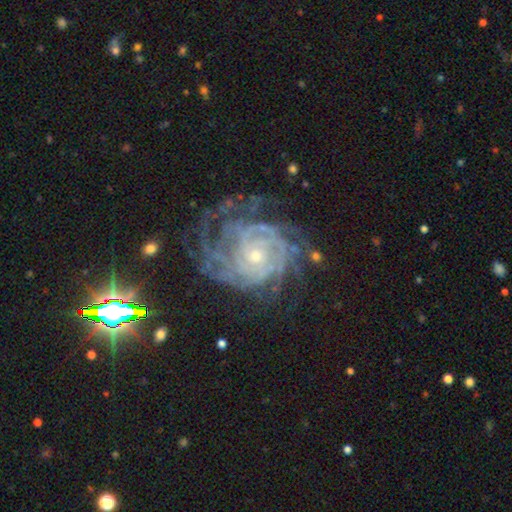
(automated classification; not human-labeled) A featured or disk galaxy (89%) with no bar (77%), tight (74%) spiral arms (96%) and a small central bulge (63%). Merging: none (63%).